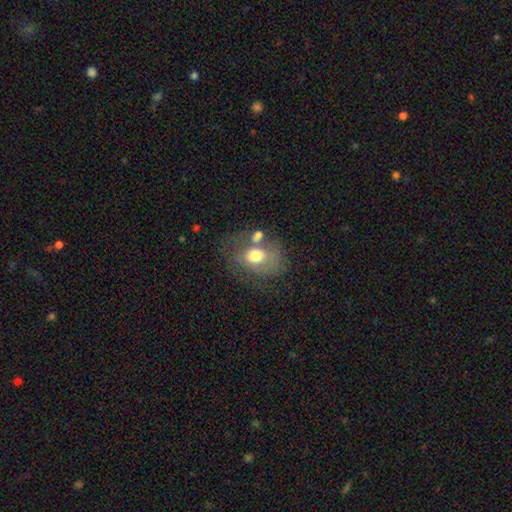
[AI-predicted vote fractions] smooth_or_featured: smooth (p=0.61) [alt: featured or disk p=0.30]
how_rounded: in between (p=0.62) [alt: round p=0.36]
merging: none (p=0.44) [alt: minor disturbance p=0.21]